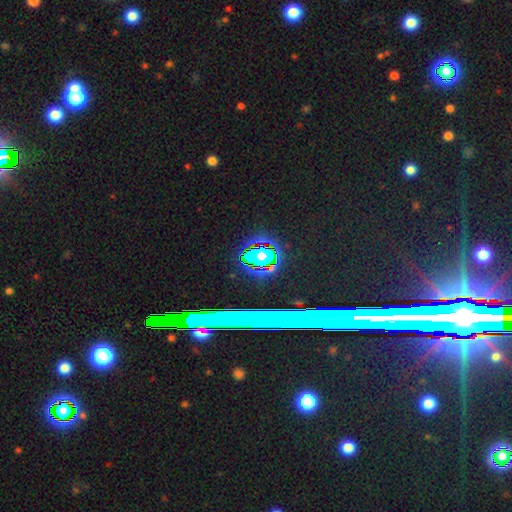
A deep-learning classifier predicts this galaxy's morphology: A star or artifact, not a galaxy (80%).

Vote fractions:
- Smooth or featured? star or artifact: 80% / smooth: 10% / featured or disk: 10%